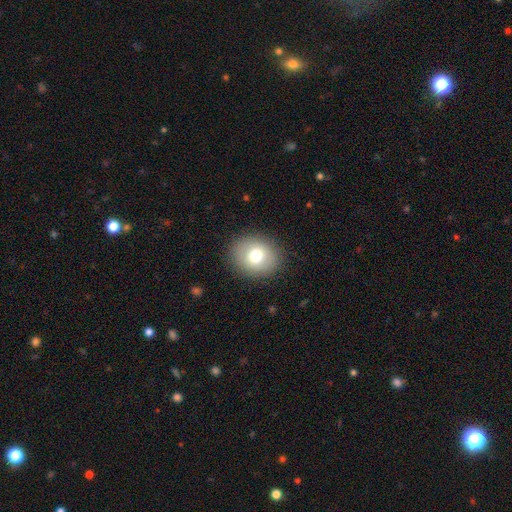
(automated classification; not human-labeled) Morphology: type=smooth (74%); roundness=round (65%); merging=none (88%).